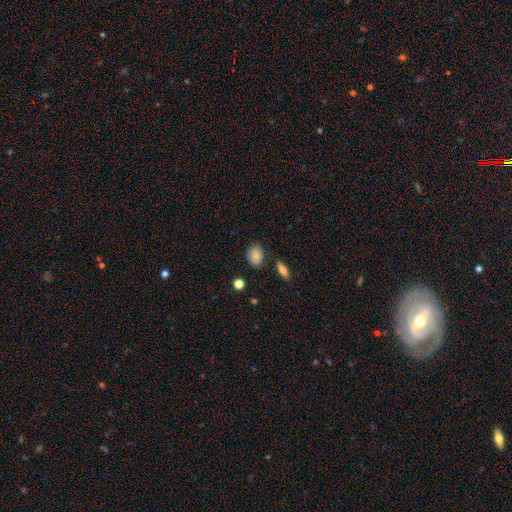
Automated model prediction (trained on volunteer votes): smooth 82%, featured or disk 9%, star or artifact 8%. Down the decision tree: how rounded — in between (59%); merging — none (78%).